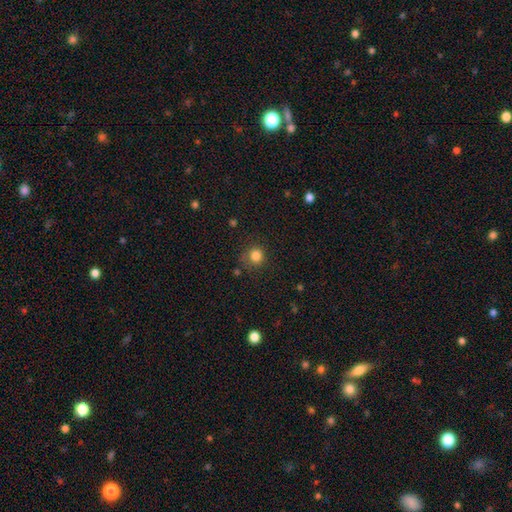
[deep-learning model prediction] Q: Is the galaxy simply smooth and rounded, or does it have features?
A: smooth — 83%.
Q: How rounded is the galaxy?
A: round — 90%.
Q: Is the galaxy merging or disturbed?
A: none — 78%.